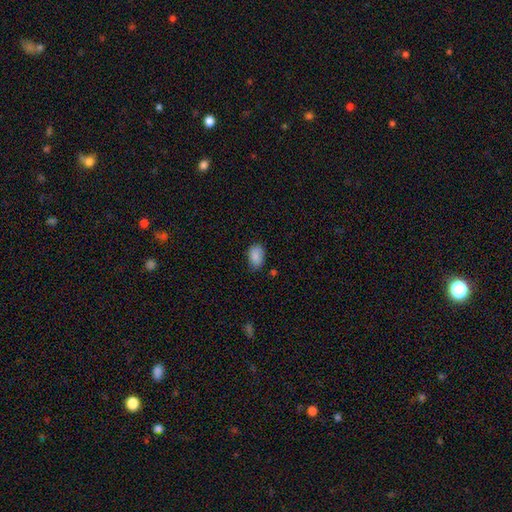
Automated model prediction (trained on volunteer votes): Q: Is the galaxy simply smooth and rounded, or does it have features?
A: smooth — 87%.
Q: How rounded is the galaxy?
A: in between — 85%.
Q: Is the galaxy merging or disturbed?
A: none — 70%.